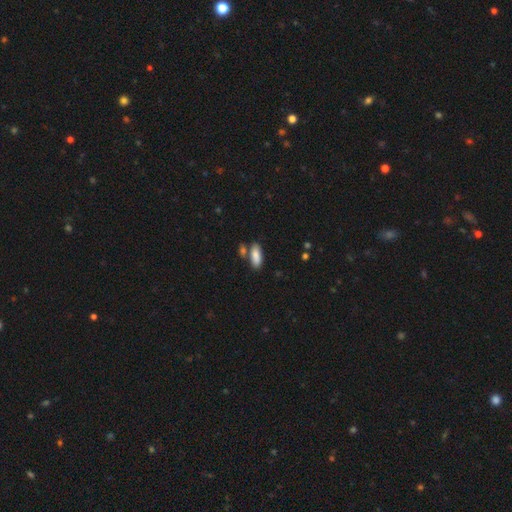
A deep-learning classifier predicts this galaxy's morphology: Smooth or featured? smooth (86%)
How rounded? in between (81%)
Merging? none (64%)